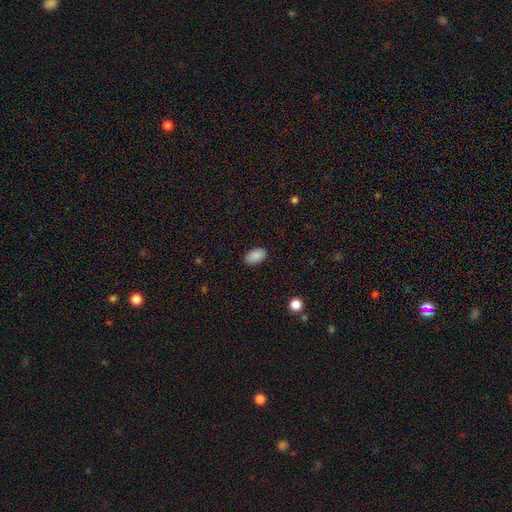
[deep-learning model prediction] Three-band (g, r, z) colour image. It shows a smooth galaxy with no disk features (89%) that is in between round and cigar-shaped (94%). Merging: none (88%).